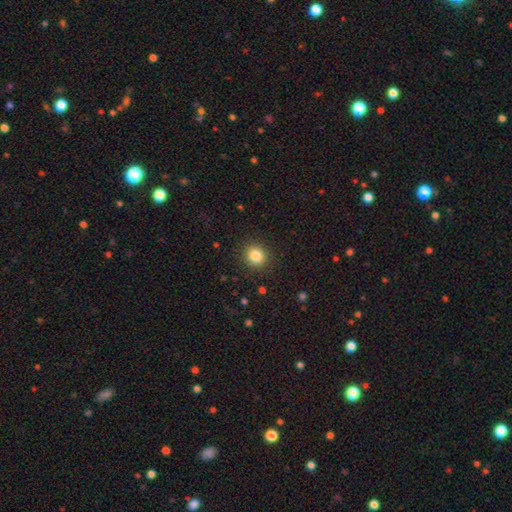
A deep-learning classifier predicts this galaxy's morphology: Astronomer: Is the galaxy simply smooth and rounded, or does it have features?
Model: smooth — 83%.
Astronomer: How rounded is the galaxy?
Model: round — 88%.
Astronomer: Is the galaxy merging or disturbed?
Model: none — 90%.